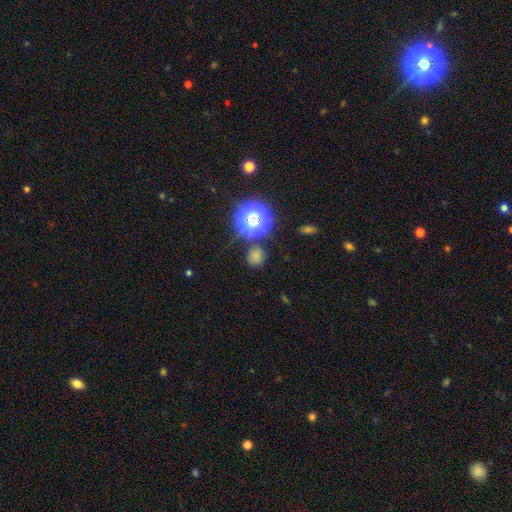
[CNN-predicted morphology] This appears to be a smooth galaxy with no disk features (65%) that is round (86%). Merging: none (78%).